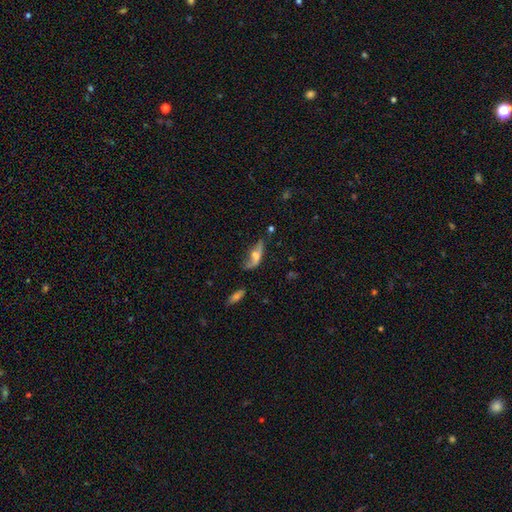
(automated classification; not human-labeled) Smooth or featured?
  - smooth: 53% *
  - featured or disk: 37%
  - star or artifact: 10%
How rounded?
  - in between: 61% *
  - cigar-shaped: 35%
  - round: 4%
Merging?
  - none: 33% *
  - major disturbance: 29%
  - minor disturbance: 27%
  - merger: 11%